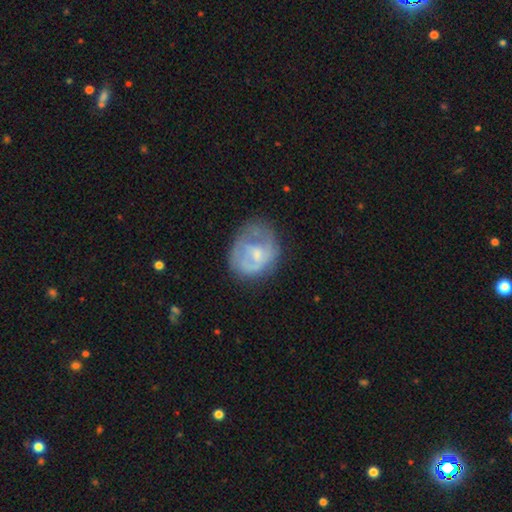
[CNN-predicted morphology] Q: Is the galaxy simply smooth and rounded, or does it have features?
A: featured or disk — 56%.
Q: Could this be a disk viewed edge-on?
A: no — 97%.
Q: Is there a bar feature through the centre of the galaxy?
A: no — 60%.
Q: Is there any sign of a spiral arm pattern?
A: yes — 52%.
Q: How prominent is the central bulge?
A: small — 44%.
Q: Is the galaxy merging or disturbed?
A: none — 48%.